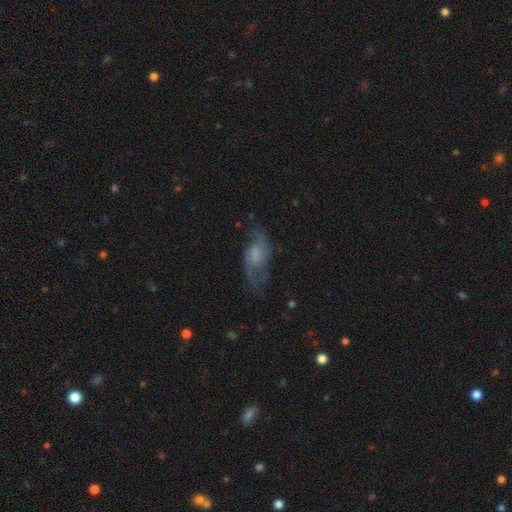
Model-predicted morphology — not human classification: Smooth or featured? Predicted: featured or disk (p=0.62). Edge-on disk? Predicted: no (p=0.89). Bar? Predicted: no (p=0.56). Spiral arms? Predicted: yes (p=0.86). Bulge size? Predicted: none (p=0.31). Merging? Predicted: none (p=0.64).